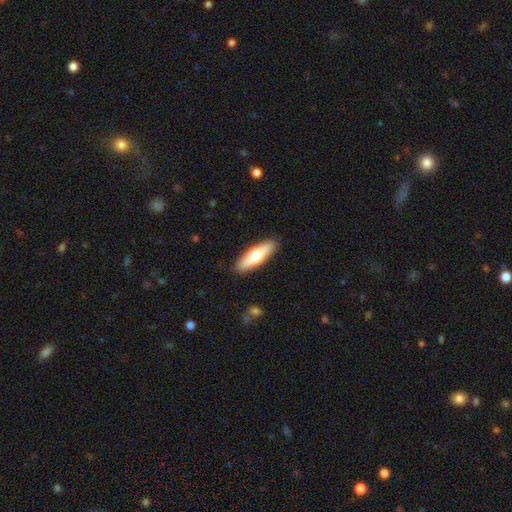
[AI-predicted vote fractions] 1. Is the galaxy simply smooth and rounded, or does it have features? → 63% smooth, 32% featured or disk, 5% star or artifact.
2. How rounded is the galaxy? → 58% cigar-shaped, 40% in between, 2% round.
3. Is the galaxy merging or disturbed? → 89% none, 8% minor disturbance, 2% major disturbance, 1% merger.